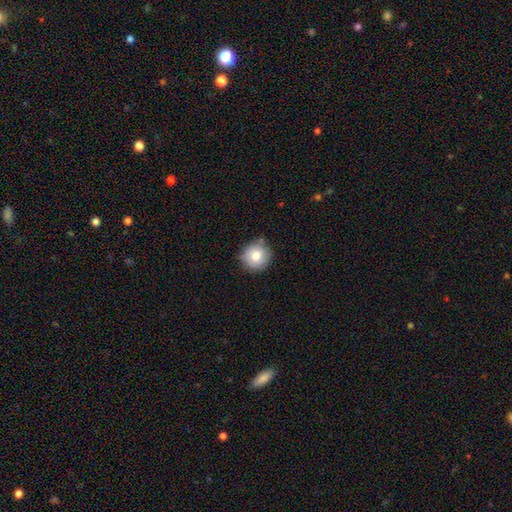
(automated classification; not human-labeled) The model was most divided on "merging": none: 80%, minor disturbance: 14%, merger: 3%, major disturbance: 3%. More confident: how rounded — round (92%); smooth or featured — smooth (79%).